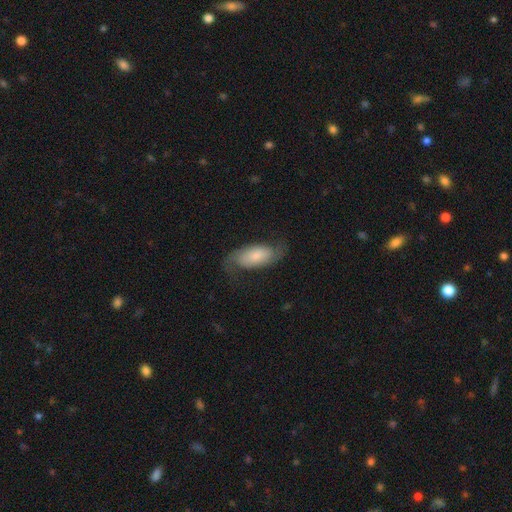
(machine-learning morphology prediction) featured or disk 58%, smooth 35%, star or artifact 7%. Down the decision tree: edge-on disk — no (93%); bar — no (60%); spiral arms — yes (90%); bulge size — small (51%); merging — none (65%).